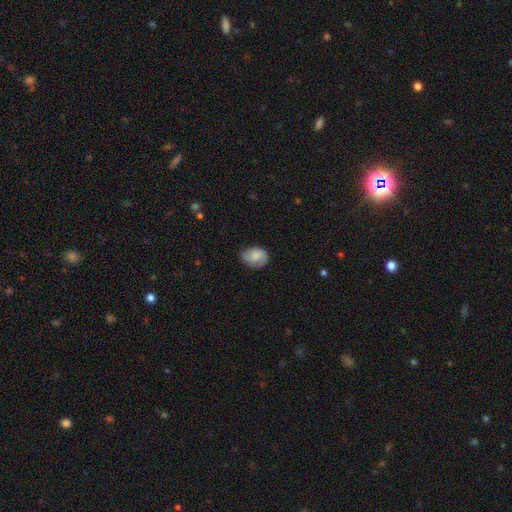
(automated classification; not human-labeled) A smooth galaxy with no disk features (67%) that is in between round and cigar-shaped (61%).

Vote fractions:
- Smooth or featured? smooth: 67% / featured or disk: 26% / star or artifact: 7%
- How rounded? in between: 61% / round: 38% / cigar-shaped: 1%
- Merging? none: 58% / minor disturbance: 33% / major disturbance: 8% / merger: 1%